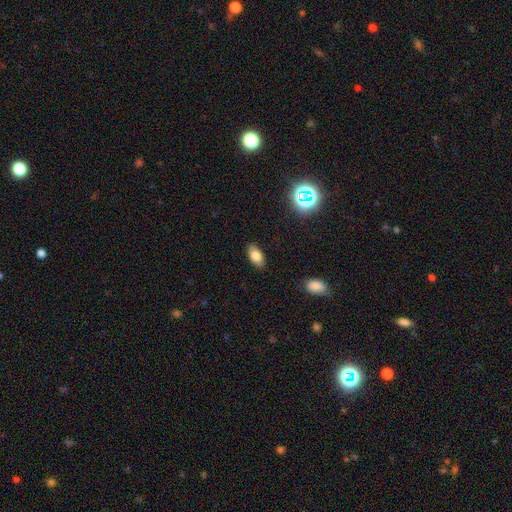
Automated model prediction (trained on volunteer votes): Overall: smooth (79%). How rounded: in between (92%). Merging: none (87%).